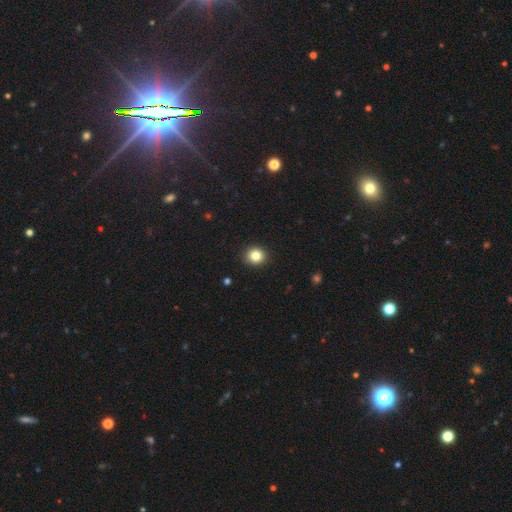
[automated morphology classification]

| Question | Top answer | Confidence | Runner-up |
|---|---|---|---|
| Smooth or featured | smooth | 84% | star or artifact (11%) |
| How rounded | round | 84% | in between (16%) |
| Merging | none | 91% | minor disturbance (6%) |